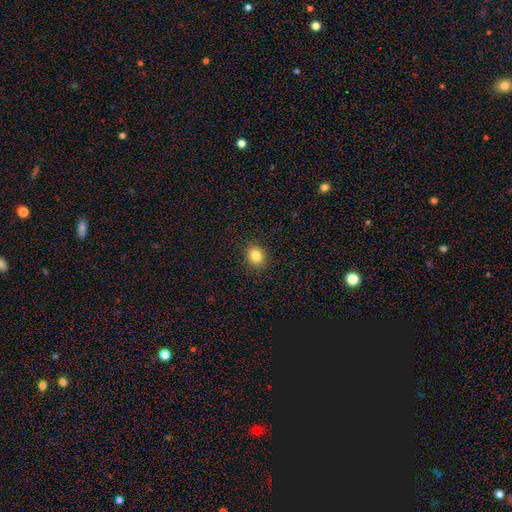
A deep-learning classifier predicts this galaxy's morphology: type=smooth (83%); roundness=round (68%); merging=none (90%).